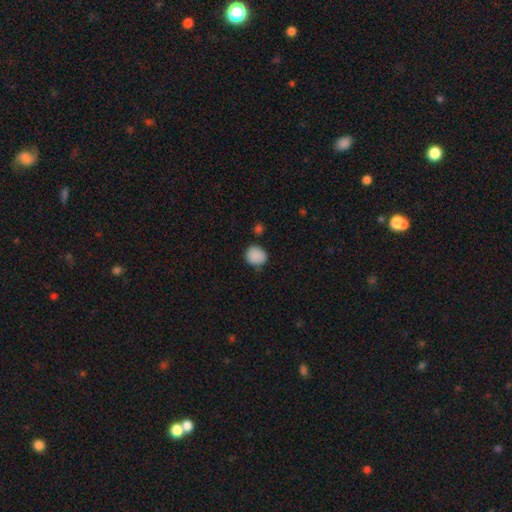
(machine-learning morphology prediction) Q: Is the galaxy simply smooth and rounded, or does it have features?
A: smooth — 87%.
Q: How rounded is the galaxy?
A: round — 82%.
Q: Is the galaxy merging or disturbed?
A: none — 74%.